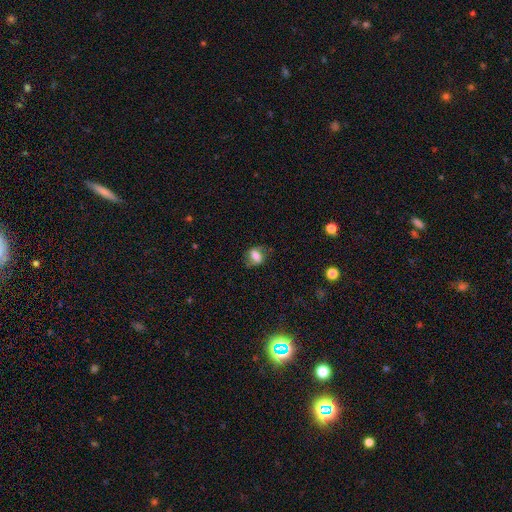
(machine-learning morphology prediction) Smooth or featured?
  - smooth: 69% *
  - featured or disk: 21%
  - star or artifact: 10%
How rounded?
  - in between: 69% *
  - round: 29%
  - cigar-shaped: 3%
Merging?
  - none: 67% *
  - minor disturbance: 22%
  - major disturbance: 10%
  - merger: 1%